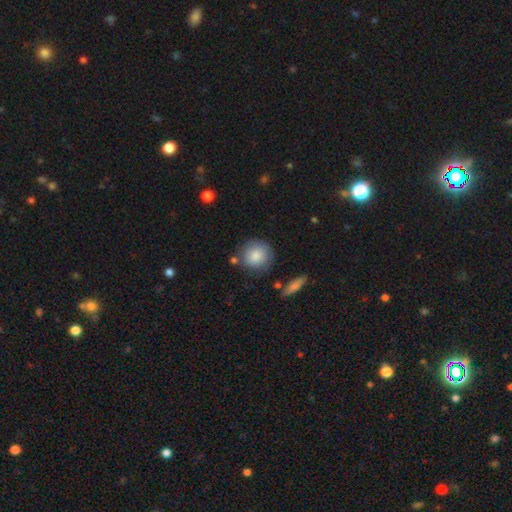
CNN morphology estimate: This appears to be a smooth galaxy with no disk features (86%) that is round (89%). Merging: none (76%).